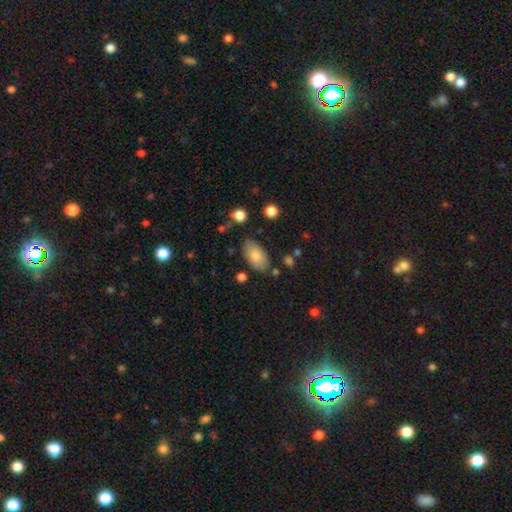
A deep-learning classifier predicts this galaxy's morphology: smooth 81%, featured or disk 12%, star or artifact 7%. Down the decision tree: how rounded — in between (94%); merging — none (78%).